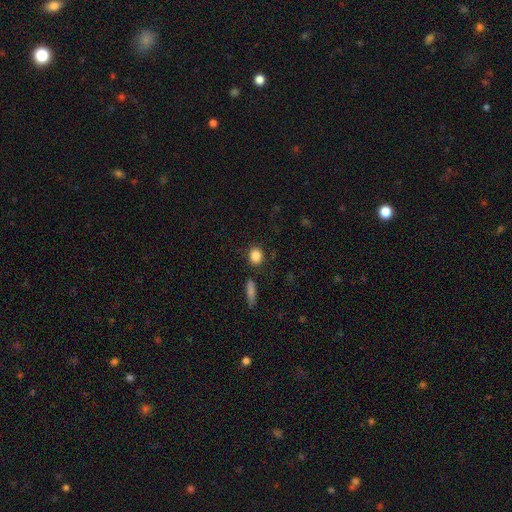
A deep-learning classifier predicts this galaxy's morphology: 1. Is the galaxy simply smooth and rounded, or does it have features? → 85% smooth, 9% star or artifact, 6% featured or disk.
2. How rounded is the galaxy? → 66% round, 31% in between, 2% cigar-shaped.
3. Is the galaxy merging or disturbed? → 85% none, 9% minor disturbance, 4% merger, 3% major disturbance.